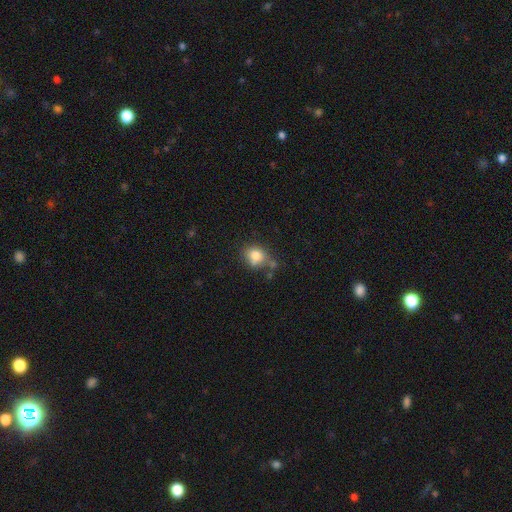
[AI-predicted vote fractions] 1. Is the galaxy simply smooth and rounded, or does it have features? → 79% smooth, 11% star or artifact, 10% featured or disk.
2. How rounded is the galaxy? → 64% round, 35% in between, 1% cigar-shaped.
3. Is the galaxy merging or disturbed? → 57% none, 21% minor disturbance, 16% merger, 6% major disturbance.